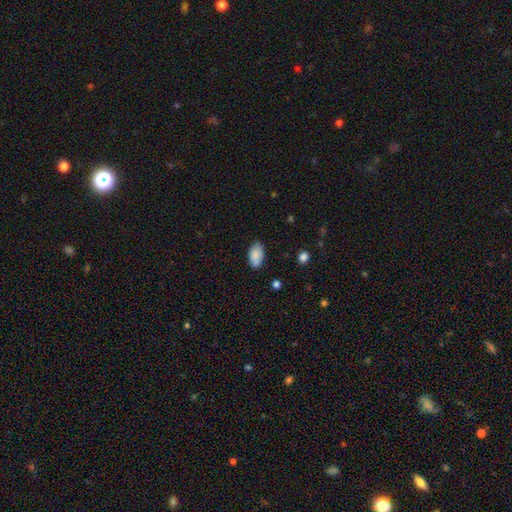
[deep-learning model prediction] Overall: smooth (85%). How rounded: in between (93%). Merging: none (74%).